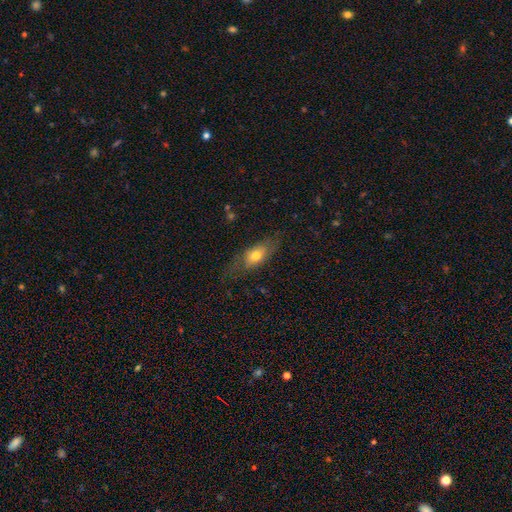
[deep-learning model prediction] The model was most divided on "smooth or featured": smooth: 61%, featured or disk: 32%, star or artifact: 8%. More confident: how rounded — in between (75%); merging — none (64%).